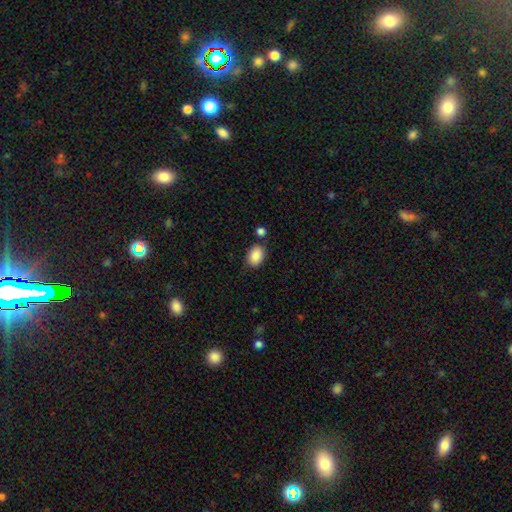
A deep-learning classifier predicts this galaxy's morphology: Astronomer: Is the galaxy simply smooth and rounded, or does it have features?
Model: smooth — 88%.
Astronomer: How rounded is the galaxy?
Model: in between — 78%.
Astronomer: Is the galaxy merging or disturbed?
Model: none — 77%.